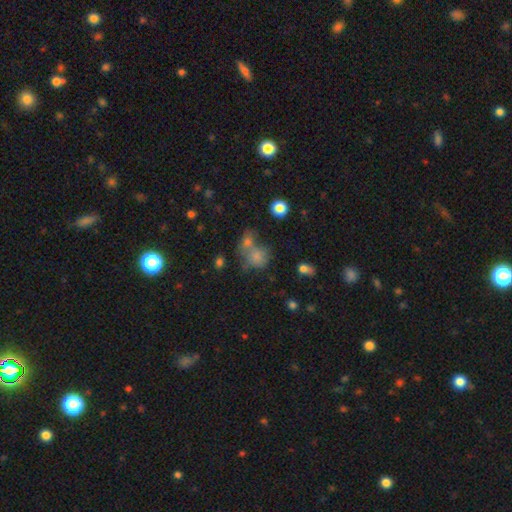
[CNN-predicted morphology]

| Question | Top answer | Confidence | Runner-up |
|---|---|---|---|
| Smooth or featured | smooth | 72% | star or artifact (14%) |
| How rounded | round | 66% | in between (33%) |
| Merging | merger | 43% | none (34%) |